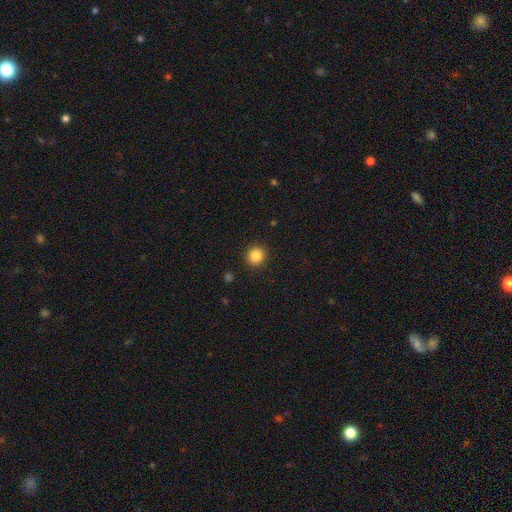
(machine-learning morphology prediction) The model was most divided on "smooth or featured": smooth: 85%, star or artifact: 11%, featured or disk: 4%. More confident: how rounded — round (94%); merging — none (92%).